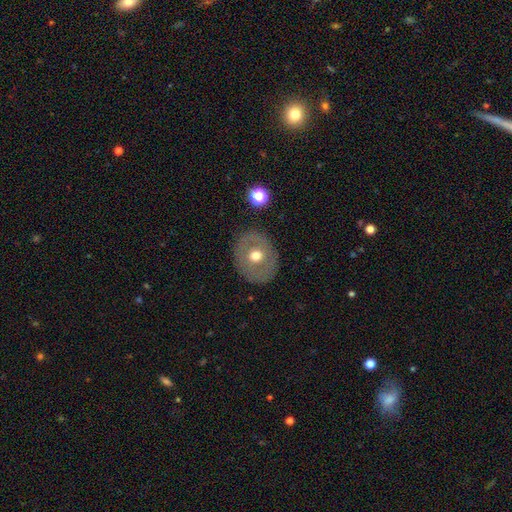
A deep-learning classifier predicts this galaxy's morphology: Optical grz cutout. It shows a smooth galaxy with no disk features (50%) that is round (60%). Merging: none (85%).